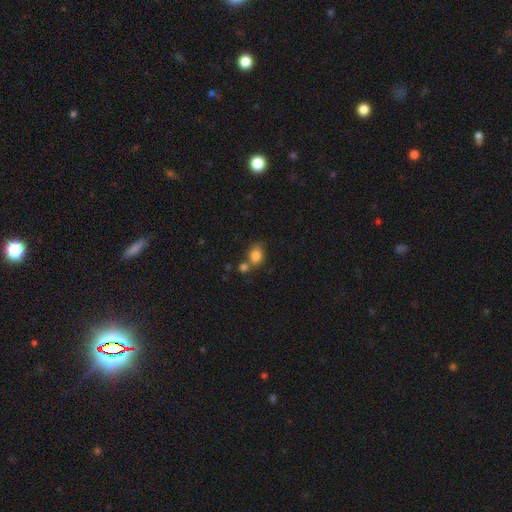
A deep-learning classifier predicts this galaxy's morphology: Smooth or featured? Predicted: smooth (p=0.83). How rounded? Predicted: in between (p=0.61). Merging? Predicted: none (p=0.47).